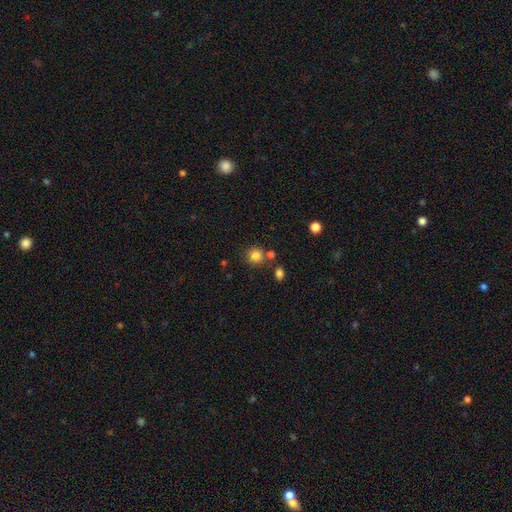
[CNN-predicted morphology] The model was most divided on "merging": none: 73%, merger: 14%, minor disturbance: 10%, major disturbance: 3%. More confident: how rounded — round (89%); smooth or featured — smooth (83%).